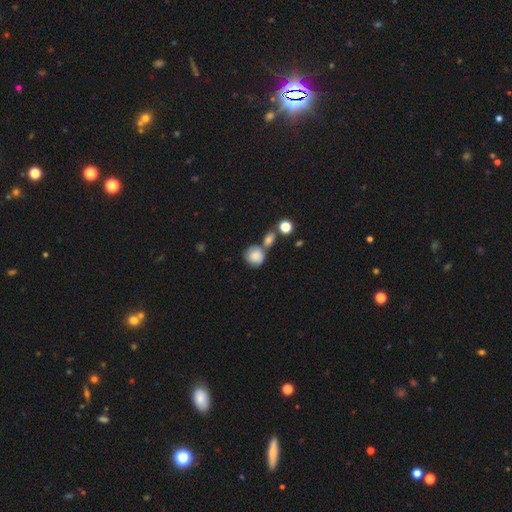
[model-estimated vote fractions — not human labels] Q: Smooth or featured?
A: smooth (80%); runner-up: featured or disk (11%)
Q: How rounded?
A: round (85%); runner-up: in between (14%)
Q: Merging?
A: none (48%); runner-up: merger (32%)